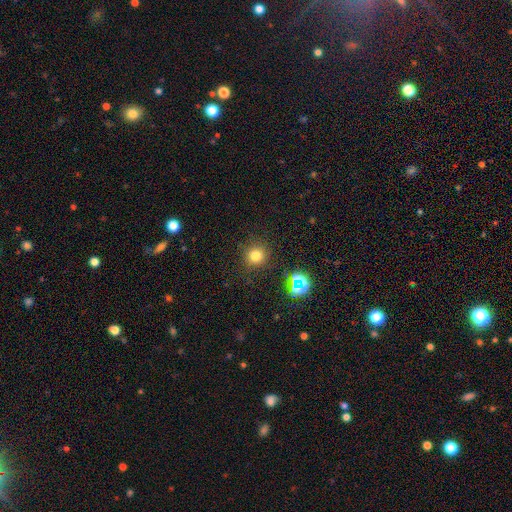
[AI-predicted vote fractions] This is likely a smooth galaxy (74%). How rounded: clearly round (92%). Merging: clearly none (87%).